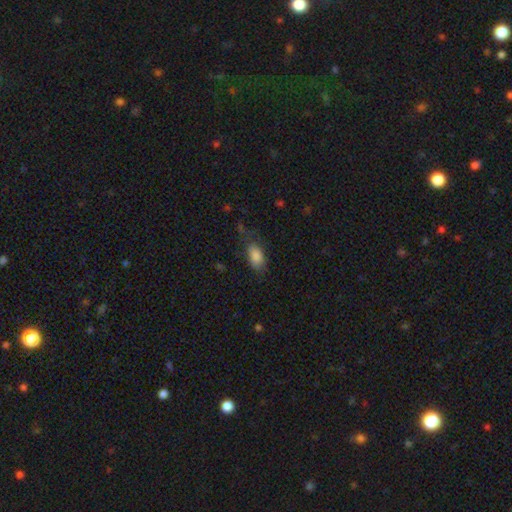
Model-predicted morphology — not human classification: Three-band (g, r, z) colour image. It shows a smooth galaxy with no disk features (85%) that is in between round and cigar-shaped (91%). Merging: none (60%).